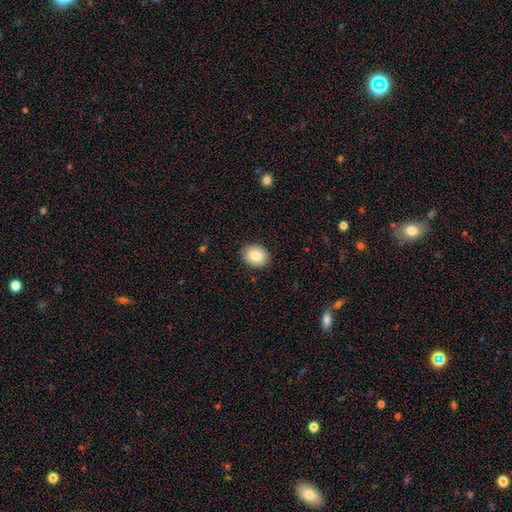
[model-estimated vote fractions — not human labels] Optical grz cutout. It shows a smooth galaxy with no disk features (84%) that is in between round and cigar-shaped (50%). Merging: none (89%).